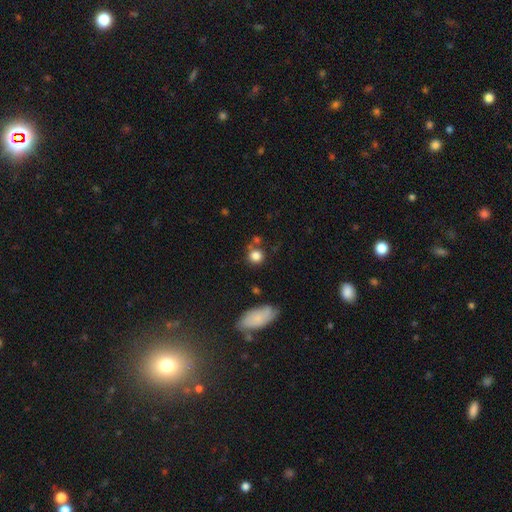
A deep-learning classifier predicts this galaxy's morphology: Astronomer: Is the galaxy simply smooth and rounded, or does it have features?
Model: smooth — 82%.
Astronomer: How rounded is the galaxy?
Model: round — 87%.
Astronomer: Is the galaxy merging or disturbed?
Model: none — 69%.